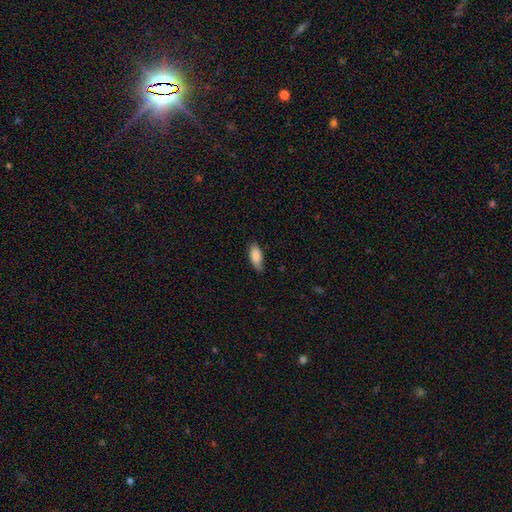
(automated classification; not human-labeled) Smooth or featured? smooth (86%)
How rounded? in between (84%)
Merging? none (73%)